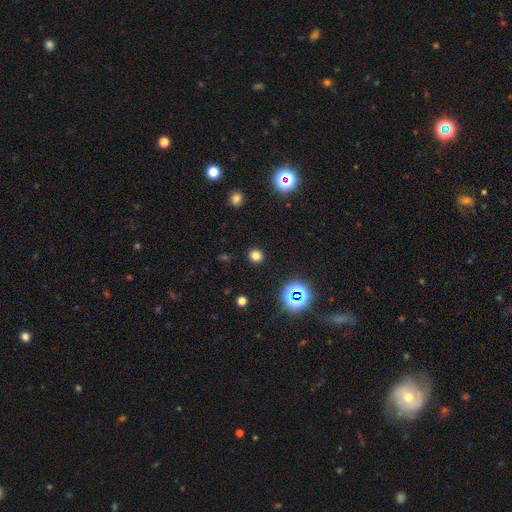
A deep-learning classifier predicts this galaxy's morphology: Smooth or featured?
  - smooth: 74% *
  - star or artifact: 21%
  - featured or disk: 5%
How rounded?
  - round: 91% *
  - in between: 8%
  - cigar-shaped: 1%
Merging?
  - none: 91% *
  - minor disturbance: 5%
  - major disturbance: 2%
  - merger: 1%